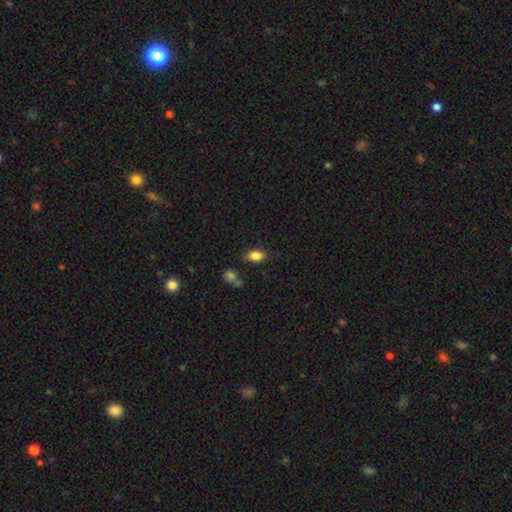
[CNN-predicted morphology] Smooth or featured? Predicted: smooth (p=0.83). How rounded? Predicted: in between (p=0.85). Merging? Predicted: none (p=0.79).